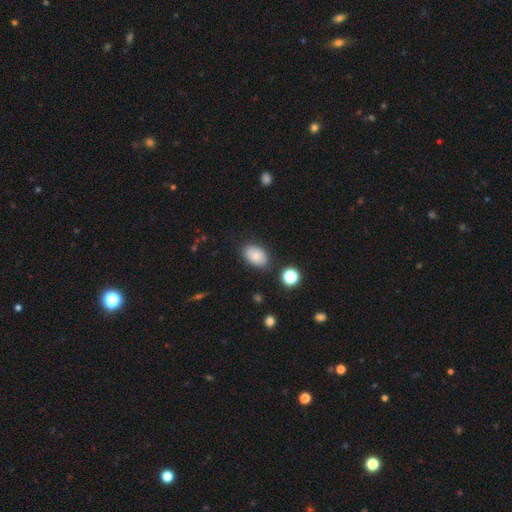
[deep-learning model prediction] This appears to be a smooth galaxy with no disk features (80%) that is in between round and cigar-shaped (89%). Merging: none (84%).